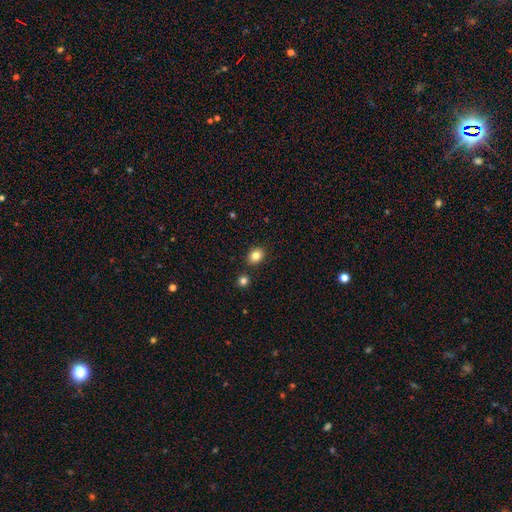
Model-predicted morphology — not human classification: smooth-or-featured: smooth: 84% | star or artifact: 10% | featured or disk: 6%
  how-rounded: round: 51% | in between: 49% | cigar-shaped: 1%
  merging: none: 84% | minor disturbance: 9% | merger: 5% | major disturbance: 2%